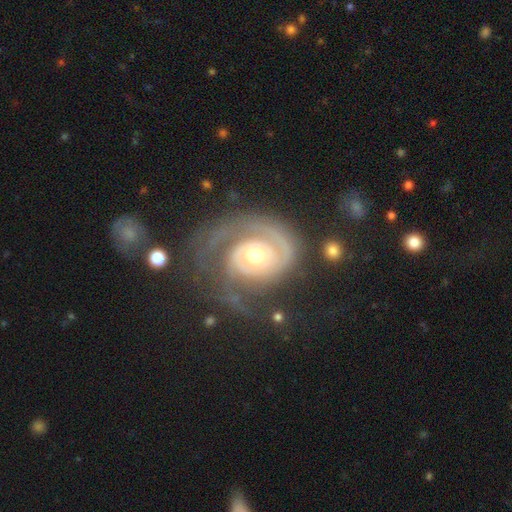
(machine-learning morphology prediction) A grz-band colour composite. It shows a featured or disk galaxy (89%) with no bar (73%), 2 (40%) tight (68%) spiral arms (97%) and a moderate central bulge (56%). Merging: none (58%).